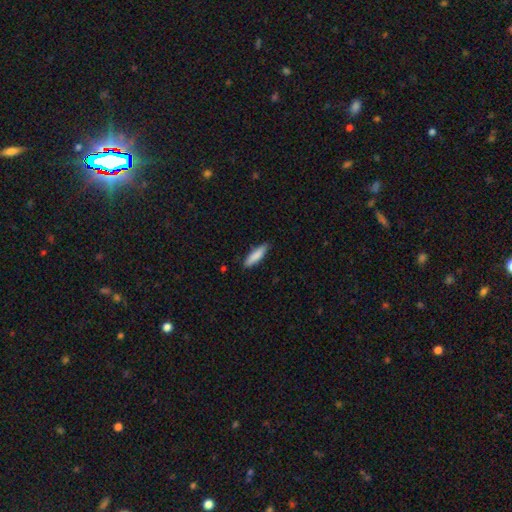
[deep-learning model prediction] smooth 85%, featured or disk 9%, star or artifact 6%. Down the decision tree: how rounded — cigar-shaped (69%); merging — none (84%).